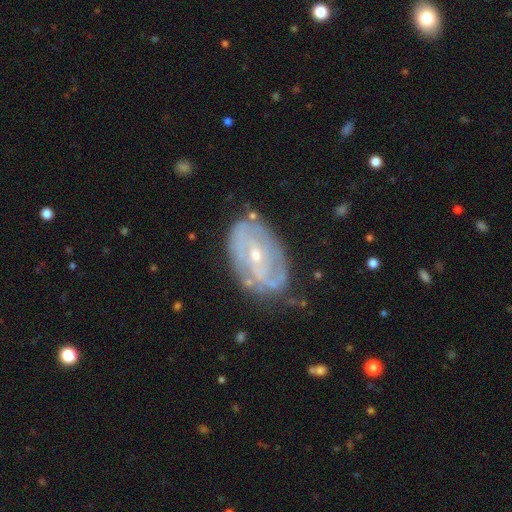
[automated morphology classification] Smooth or featured? featured or disk (82%)
Edge-on disk? no (95%)
Bar? weak (42%)
Spiral arms? yes (83%)
Spiral winding? tight (58%)
Spiral arm count? 2 (45%)
Bulge size? small (60%)
Merging? none (68%)